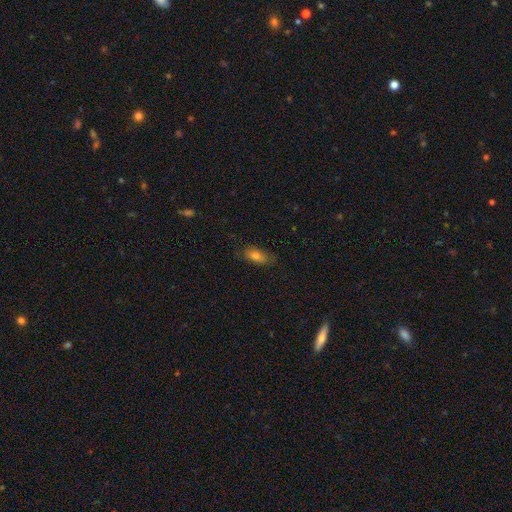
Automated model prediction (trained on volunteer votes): A smooth galaxy with no disk features (74%) that is in between round and cigar-shaped (84%). Merging: none (75%).